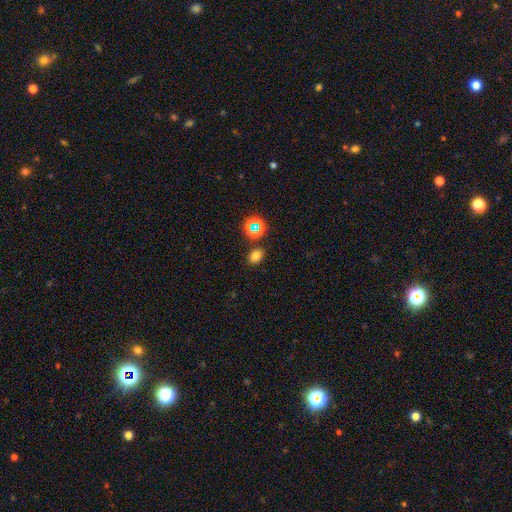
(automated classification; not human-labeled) smooth 72%, star or artifact 21%, featured or disk 7%. Down the decision tree: how rounded — in between (68%); merging — none (82%).